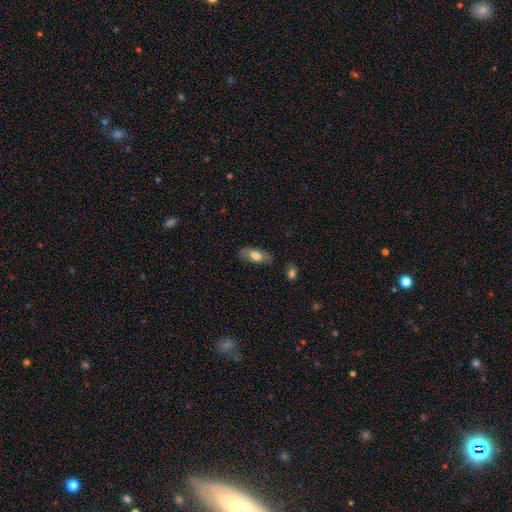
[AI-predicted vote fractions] smooth_or_featured: smooth (p=0.70) [alt: featured or disk p=0.24]
how_rounded: in between (p=0.85) [alt: cigar-shaped p=0.11]
merging: none (p=0.80) [alt: minor disturbance p=0.15]